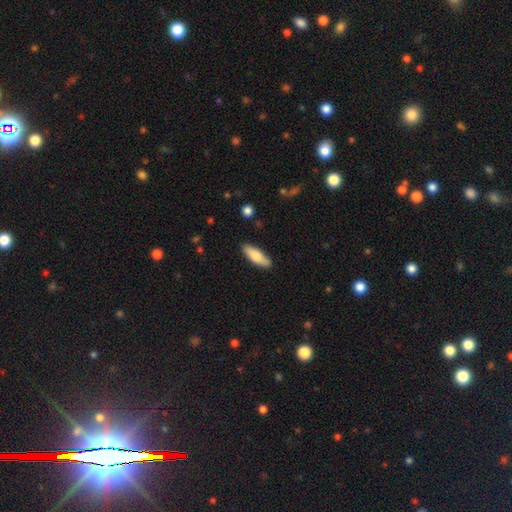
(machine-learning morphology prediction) type=smooth (72%); roundness=in between (54%); merging=none (85%).